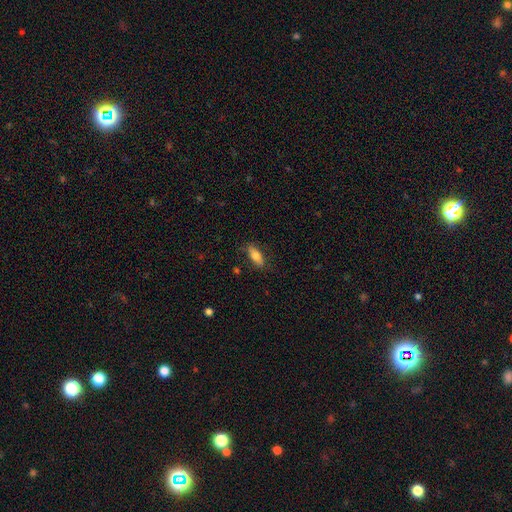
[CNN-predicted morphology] The model was most divided on "how rounded": in between: 71%, cigar-shaped: 26%, round: 3%. More confident: merging — none (82%); smooth or featured — smooth (74%).